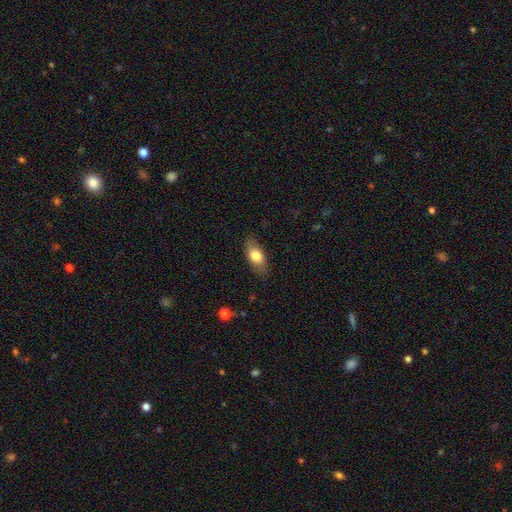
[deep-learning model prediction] Smooth or featured: smooth — 76% (featured or disk — 17%)
How rounded: in between — 87% (cigar-shaped — 8%)
Merging: none — 81% (minor disturbance — 14%)